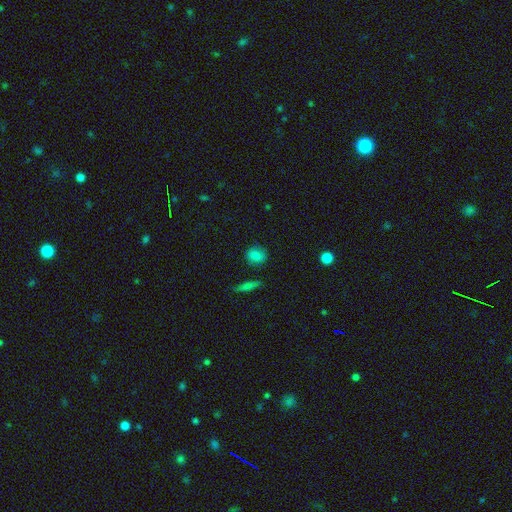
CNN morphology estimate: Smooth or featured: smooth — 82% (star or artifact — 10%)
How rounded: round — 71% (in between — 26%)
Merging: none — 83% (minor disturbance — 12%)